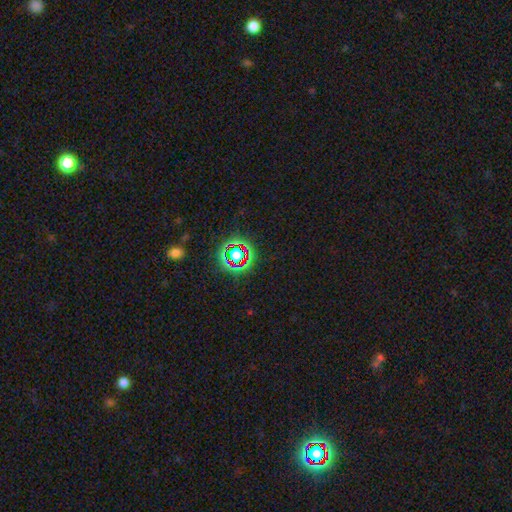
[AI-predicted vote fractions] Overall: star or artifact (74%).